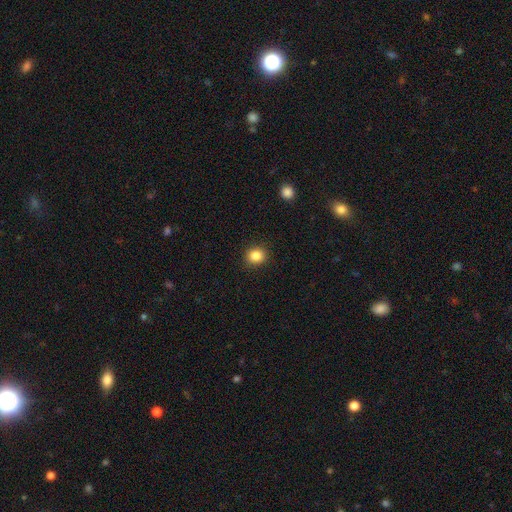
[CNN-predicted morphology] smooth-or-featured: smooth: 85% | star or artifact: 11% | featured or disk: 4%
  how-rounded: round: 79% | in between: 20% | cigar-shaped: 1%
  merging: none: 90% | minor disturbance: 7% | major disturbance: 2% | merger: 1%